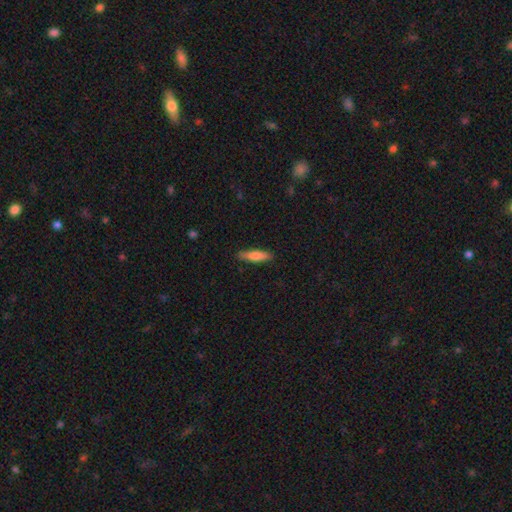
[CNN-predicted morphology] Q: Smooth or featured?
A: smooth (76%); runner-up: featured or disk (19%)
Q: How rounded?
A: cigar-shaped (78%); runner-up: in between (21%)
Q: Merging?
A: none (88%); runner-up: minor disturbance (9%)